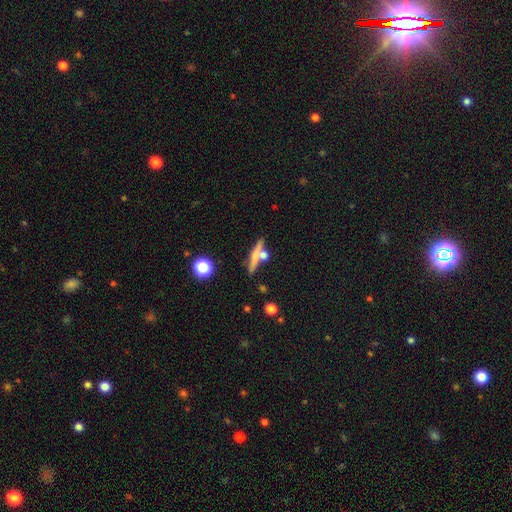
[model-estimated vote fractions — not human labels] smooth 48%, featured or disk 44%, star or artifact 8%. Down the decision tree: merging — none (68%).